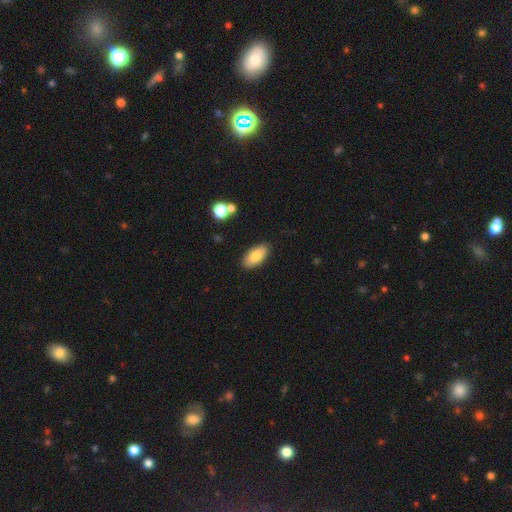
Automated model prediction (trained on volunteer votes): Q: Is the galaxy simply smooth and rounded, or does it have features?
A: smooth — 82%.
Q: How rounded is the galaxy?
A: in between — 92%.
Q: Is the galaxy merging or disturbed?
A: none — 87%.